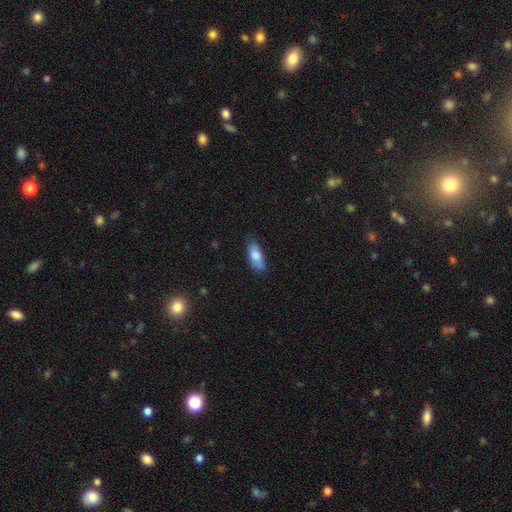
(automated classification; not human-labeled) The model was most divided on "merging": none: 77%, minor disturbance: 19%, major disturbance: 3%, merger: 1%. More confident: smooth or featured — smooth (81%); how rounded — in between (80%).